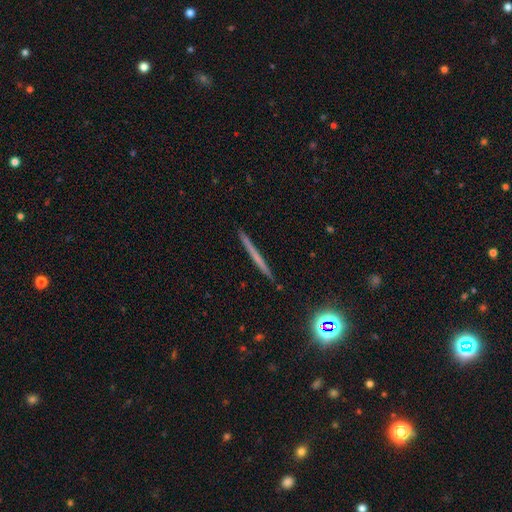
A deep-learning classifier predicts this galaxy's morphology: smooth-or-featured: featured or disk: 48% | smooth: 41% | star or artifact: 12%
  merging: none: 92% | minor disturbance: 6% | major disturbance: 1% | merger: 1%